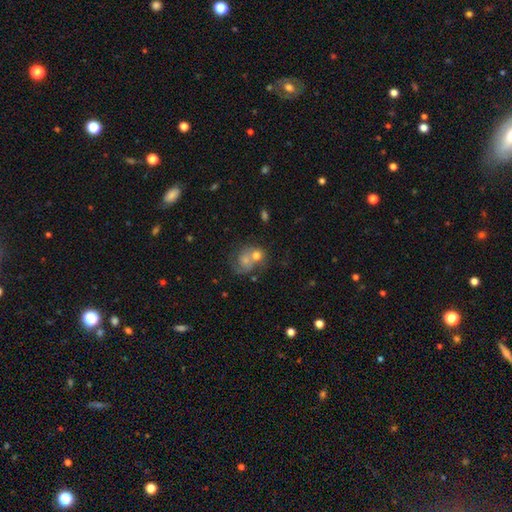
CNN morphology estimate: smooth 51%, featured or disk 40%, star or artifact 10%. Down the decision tree: how rounded — round (63%); merging — merger (56%).